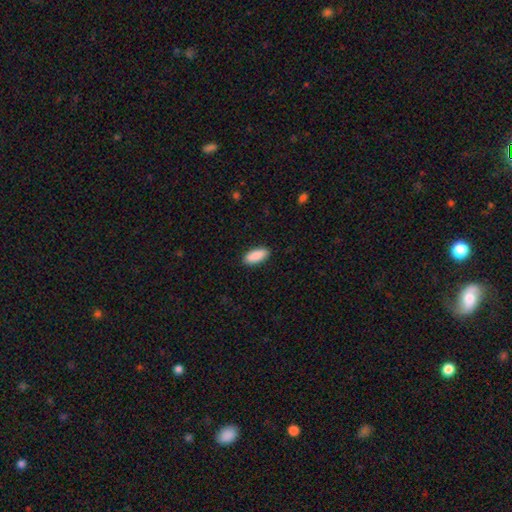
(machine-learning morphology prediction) A smooth galaxy with no disk features (91%) that is in between round and cigar-shaped (83%).

Vote fractions:
- Smooth or featured? smooth: 91% / star or artifact: 6% / featured or disk: 3%
- How rounded? in between: 83% / cigar-shaped: 15% / round: 2%
- Merging? none: 89% / minor disturbance: 8% / major disturbance: 2% / merger: 1%